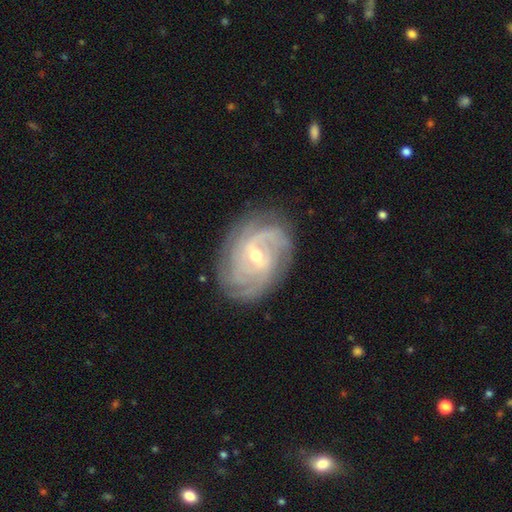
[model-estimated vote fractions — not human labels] Smooth or featured?
  - featured or disk: 88% *
  - star or artifact: 6%
  - smooth: 6%
Edge-on disk?
  - no: 97% *
  - yes: 3%
Bar?
  - weak: 51% *
  - no: 29%
  - strong: 19%
Spiral arms?
  - yes: 97% *
  - no: 3%
Spiral winding?
  - tight: 67% *
  - medium: 27%
  - loose: 6%
Spiral arm count?
  - can't tell: 25% *
  - 3: 23%
  - 4: 20%
  - 2: 16%
  - more than 4: 9%
  - 1: 6%
Bulge size?
  - small: 50% *
  - moderate: 47%
  - large: 2%
  - none: 1%
  - dominant: 1%
Merging?
  - none: 79% *
  - minor disturbance: 15%
  - major disturbance: 5%
  - merger: 1%